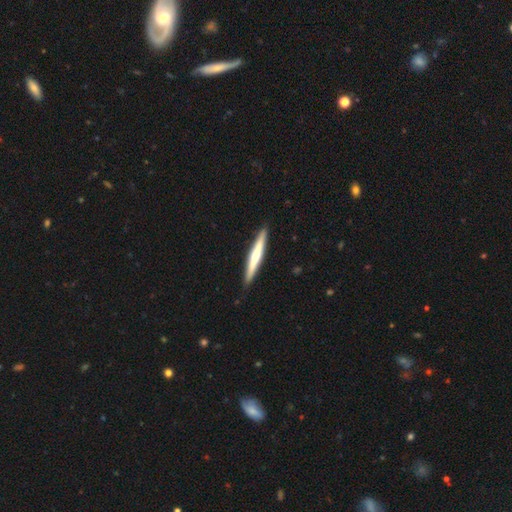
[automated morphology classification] Overall: featured or disk (50%; smooth 45%). Merging: none (91%).